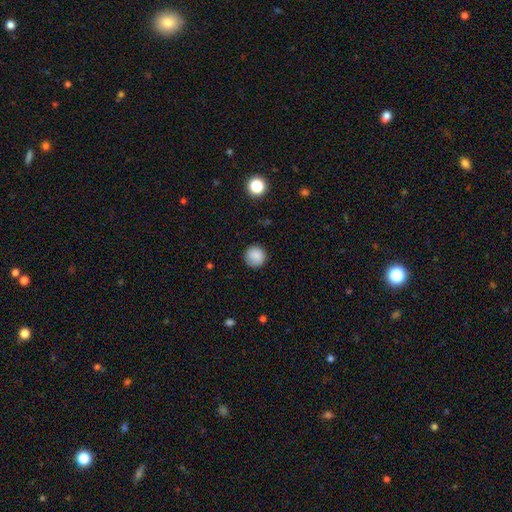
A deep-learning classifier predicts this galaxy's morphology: Overall: smooth (87%). How rounded: round (94%). Merging: none (89%).